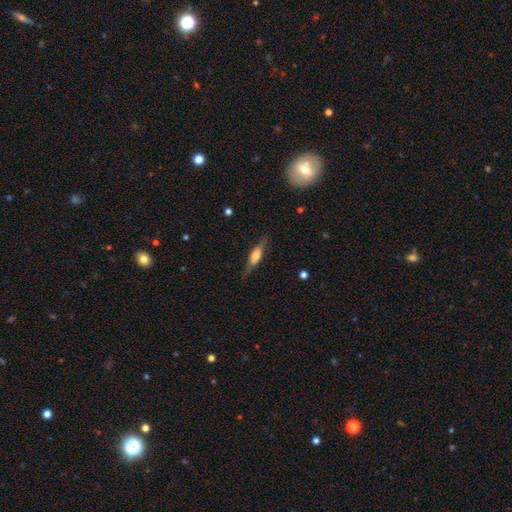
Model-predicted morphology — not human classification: Smooth or featured: featured or disk — 51% (smooth — 42%)
Edge-on disk: yes — 89% (no — 11%)
Merging: none — 81% (minor disturbance — 14%)